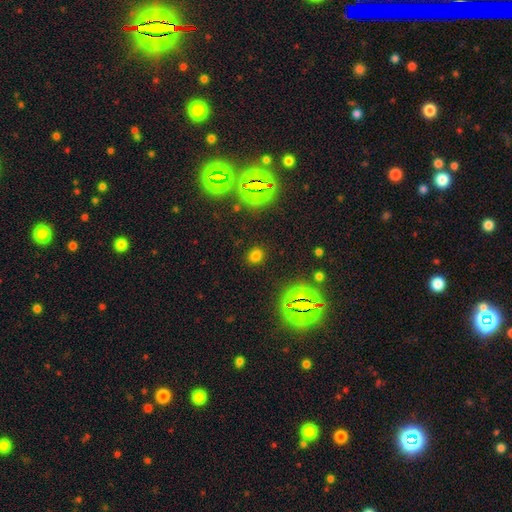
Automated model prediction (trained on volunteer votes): Smooth or featured?
  - smooth: 65% *
  - star or artifact: 29%
  - featured or disk: 6%
How rounded?
  - round: 66% *
  - in between: 33%
  - cigar-shaped: 1%
Merging?
  - none: 88% *
  - minor disturbance: 8%
  - major disturbance: 3%
  - merger: 2%